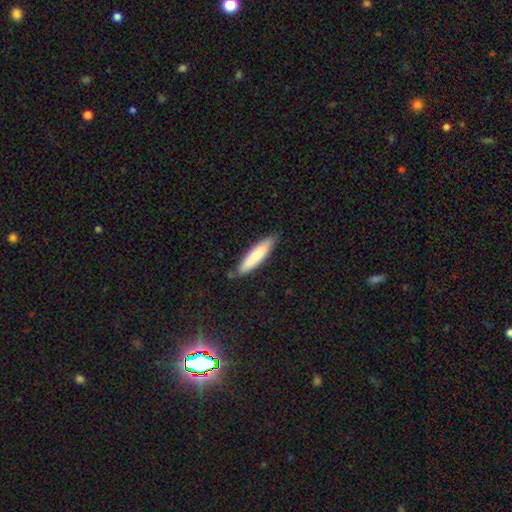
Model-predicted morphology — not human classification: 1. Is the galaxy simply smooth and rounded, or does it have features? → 80% smooth, 15% featured or disk, 5% star or artifact.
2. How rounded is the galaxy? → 80% cigar-shaped, 19% in between, 1% round.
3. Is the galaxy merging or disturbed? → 81% none, 15% minor disturbance, 2% major disturbance, 2% merger.